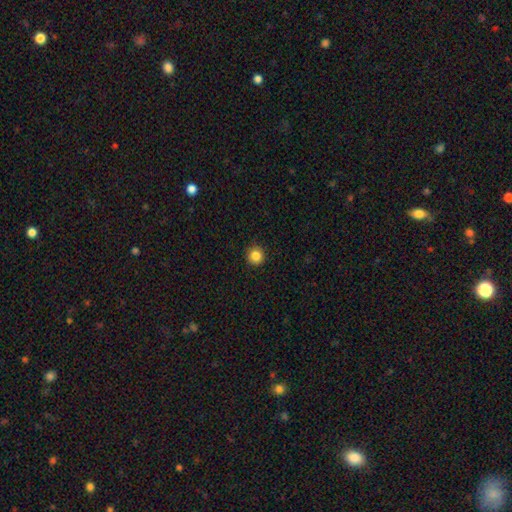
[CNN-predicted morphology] Overall: smooth (84%). How rounded: round (95%). Merging: none (93%).